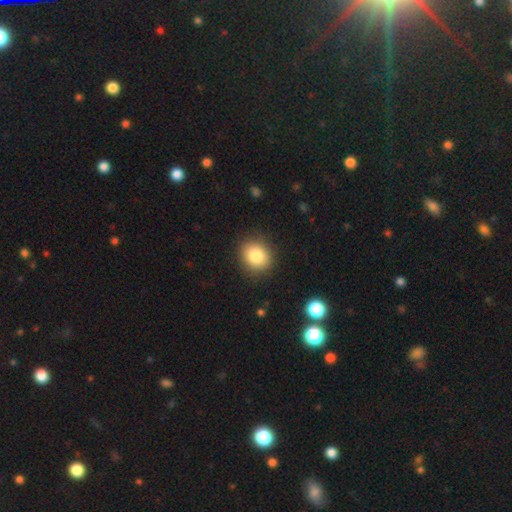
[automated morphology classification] smooth_or_featured: smooth (p=0.83) [alt: star or artifact p=0.10]
how_rounded: round (p=0.71) [alt: in between p=0.28]
merging: none (p=0.88) [alt: minor disturbance p=0.08]